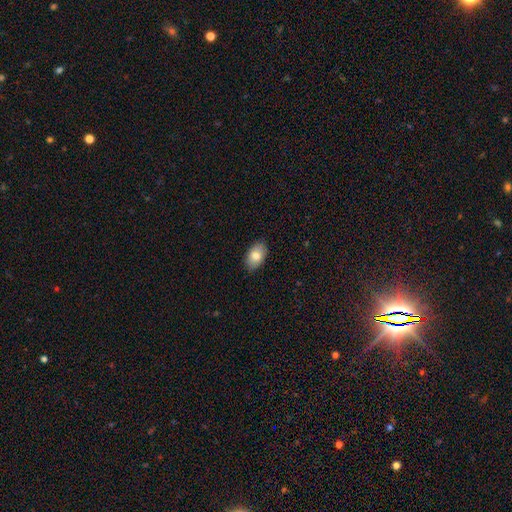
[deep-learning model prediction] This is clearly a smooth galaxy (81%). How rounded: clearly in between (91%). Merging: clearly none (88%).